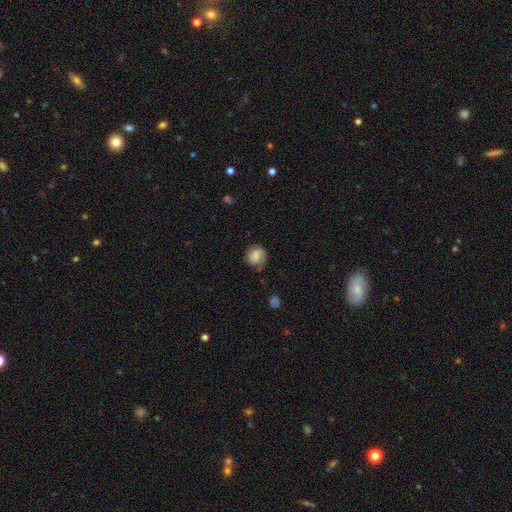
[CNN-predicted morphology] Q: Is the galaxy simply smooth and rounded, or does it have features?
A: smooth — 70%.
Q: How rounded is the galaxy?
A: round — 80%.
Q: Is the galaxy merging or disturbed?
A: none — 62%.